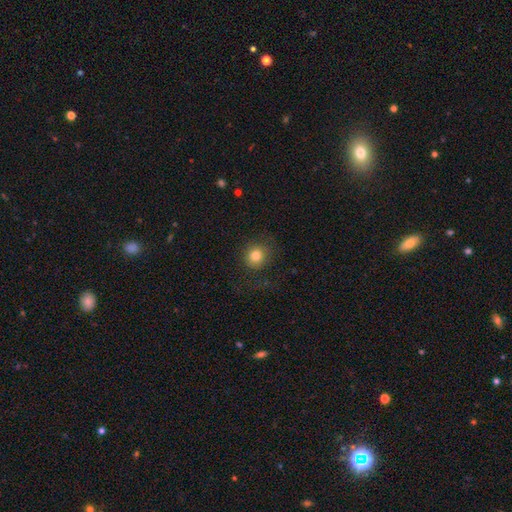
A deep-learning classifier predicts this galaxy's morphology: Smooth or featured? Predicted: smooth (p=0.79). How rounded? Predicted: round (p=0.89). Merging? Predicted: none (p=0.77).